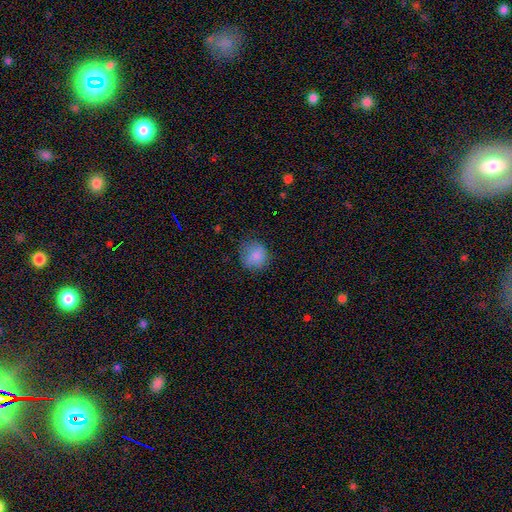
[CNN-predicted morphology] Smooth or featured: smooth — 82% (star or artifact — 9%)
How rounded: round — 81% (in between — 18%)
Merging: none — 69% (minor disturbance — 21%)